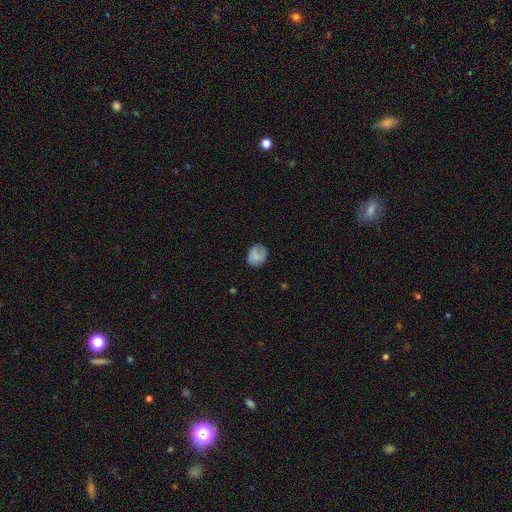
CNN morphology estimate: The model was most divided on "how rounded": round: 62%, in between: 37%, cigar-shaped: 1%. More confident: smooth or featured — smooth (72%); merging — none (71%).